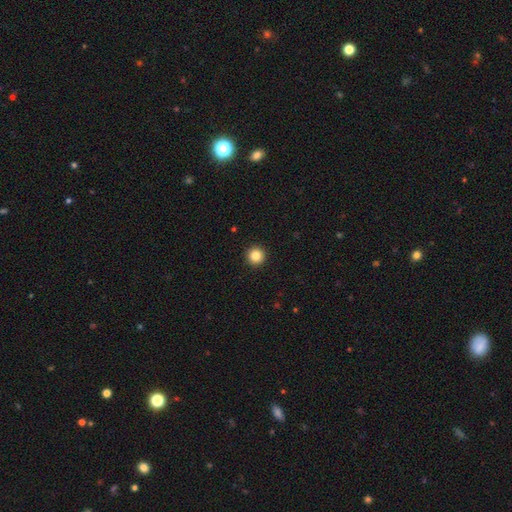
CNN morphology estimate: Smooth or featured: smooth — 84% (star or artifact — 11%)
How rounded: round — 97% (in between — 2%)
Merging: none — 94% (minor disturbance — 3%)